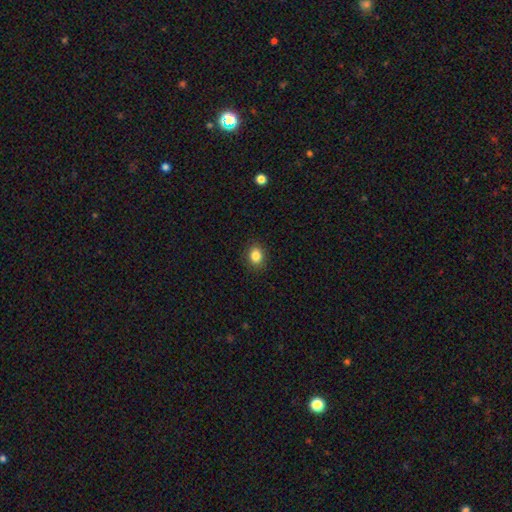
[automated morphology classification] Smooth or featured? smooth (85%)
How rounded? round (52%)
Merging? none (89%)